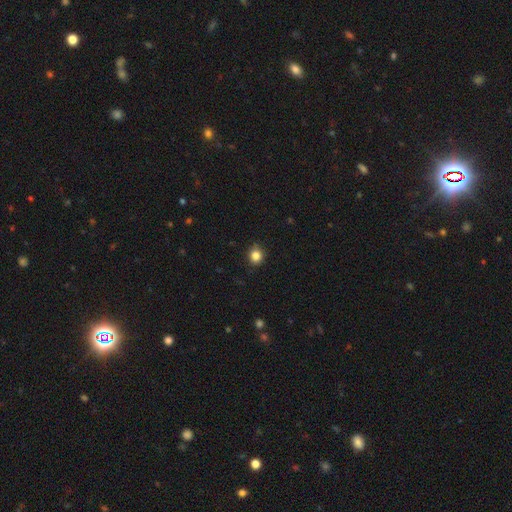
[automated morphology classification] Smooth or featured? Predicted: smooth (p=0.84). How rounded? Predicted: round (p=0.82). Merging? Predicted: none (p=0.87).